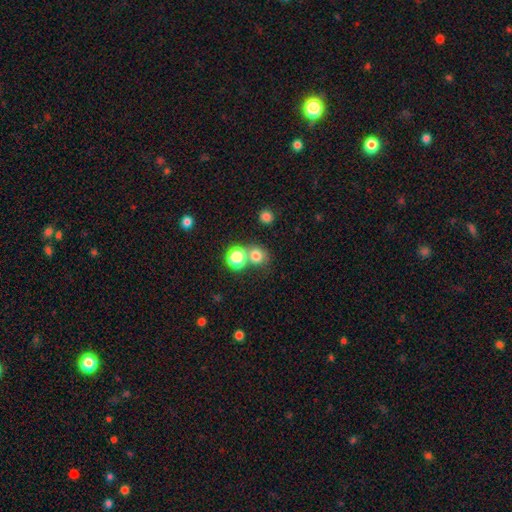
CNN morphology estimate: The model was most divided on "merging": none: 61%, merger: 27%, minor disturbance: 8%, major disturbance: 4%. More confident: how rounded — round (83%); smooth or featured — smooth (75%).